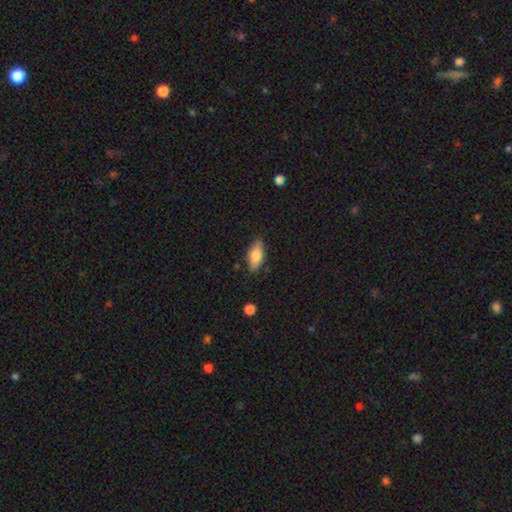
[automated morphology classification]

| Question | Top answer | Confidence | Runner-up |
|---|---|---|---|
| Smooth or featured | smooth | 74% | featured or disk (19%) |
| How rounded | in between | 79% | cigar-shaped (19%) |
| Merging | none | 82% | minor disturbance (14%) |